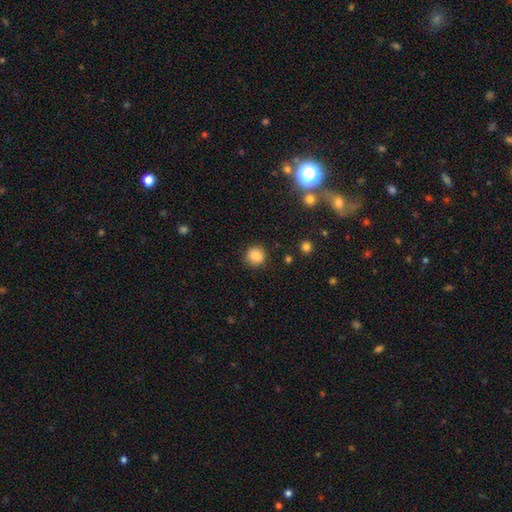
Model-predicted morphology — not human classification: A smooth galaxy with no disk features (86%) that is round (84%).

Vote fractions:
- Smooth or featured? smooth: 86% / star or artifact: 10% / featured or disk: 4%
- How rounded? round: 84% / in between: 15% / cigar-shaped: 1%
- Merging? none: 85% / minor disturbance: 11% / major disturbance: 3% / merger: 2%